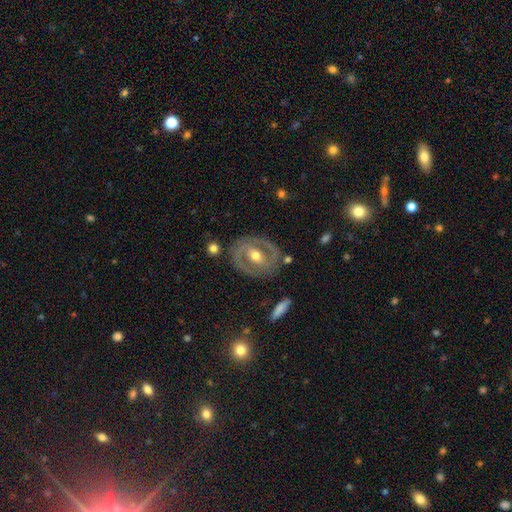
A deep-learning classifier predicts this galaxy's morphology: The model was most divided on "bar": weak: 36%, no: 33%, strong: 31%. More confident: edge-on disk — no (95%); merging — none (77%); smooth or featured — featured or disk (75%); bulge size — moderate (74%); spiral arms — yes (57%).